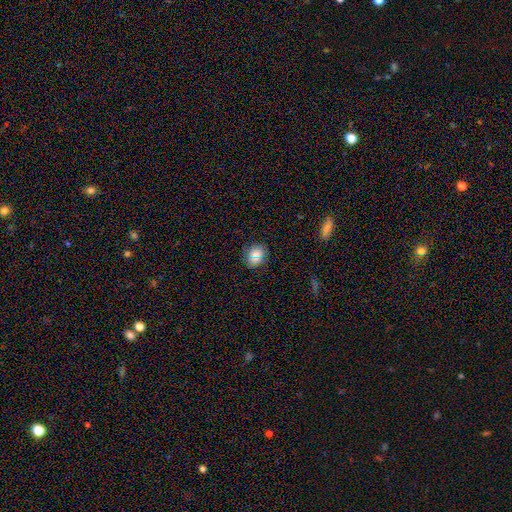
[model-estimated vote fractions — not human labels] Smooth or featured: smooth — 75% (star or artifact — 17%)
How rounded: round — 74% (in between — 25%)
Merging: none — 87% (minor disturbance — 9%)